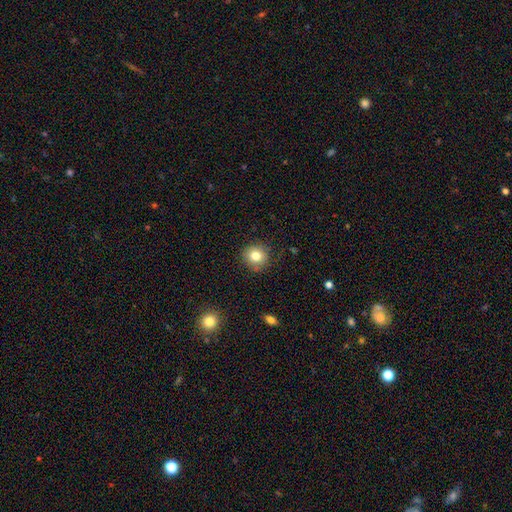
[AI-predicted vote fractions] smooth 80%, star or artifact 11%, featured or disk 9%. Down the decision tree: how rounded — round (92%); merging — none (86%).